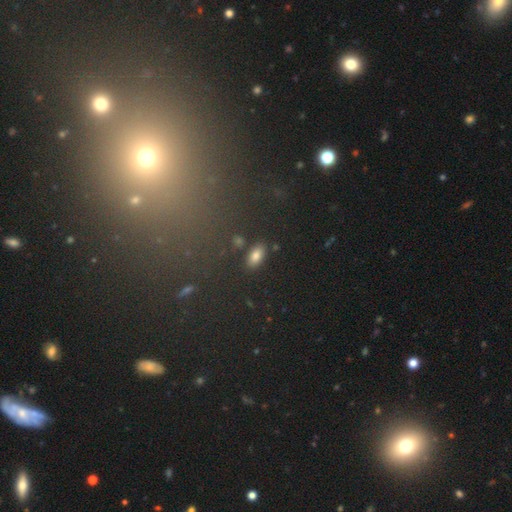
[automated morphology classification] Smooth or featured?
  - smooth: 78% *
  - star or artifact: 13%
  - featured or disk: 9%
How rounded?
  - in between: 91% *
  - round: 5%
  - cigar-shaped: 4%
Merging?
  - none: 85% *
  - minor disturbance: 9%
  - merger: 3%
  - major disturbance: 3%